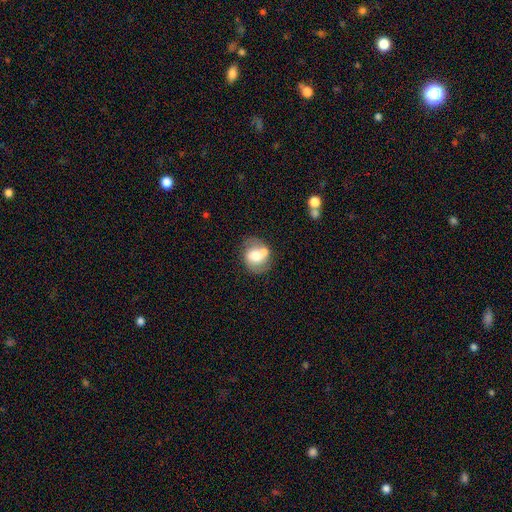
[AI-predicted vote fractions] smooth 57%, featured or disk 34%, star or artifact 8%. Down the decision tree: how rounded — round (61%); merging — none (49%).